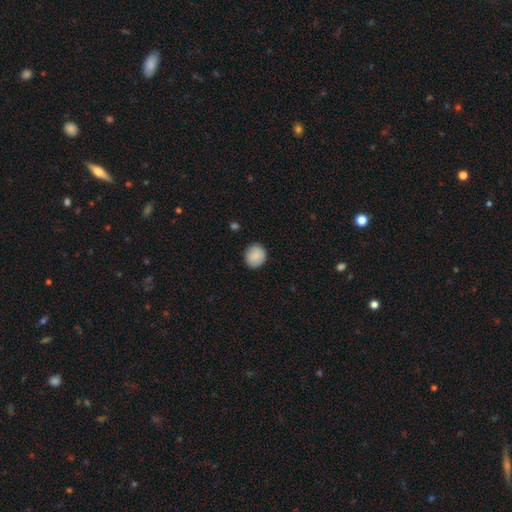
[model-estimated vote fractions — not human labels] Smooth or featured: smooth — 88% (star or artifact — 7%)
How rounded: round — 84% (in between — 15%)
Merging: none — 88% (minor disturbance — 9%)